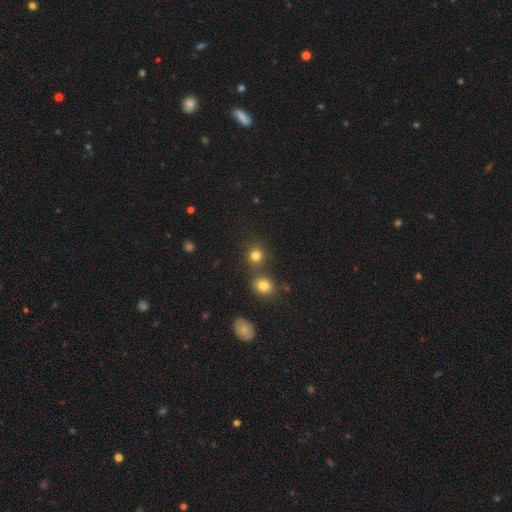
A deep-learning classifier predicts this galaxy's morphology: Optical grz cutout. It shows a smooth galaxy with no disk features (80%) that is round (88%). Merging: none (73%).